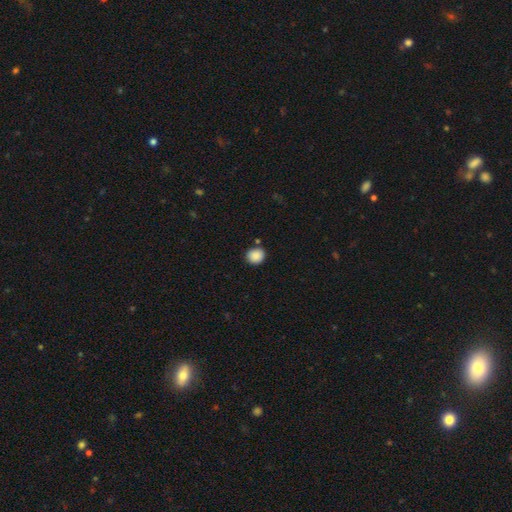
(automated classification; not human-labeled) Morphology: type=smooth (88%); roundness=round (78%); merging=none (82%).